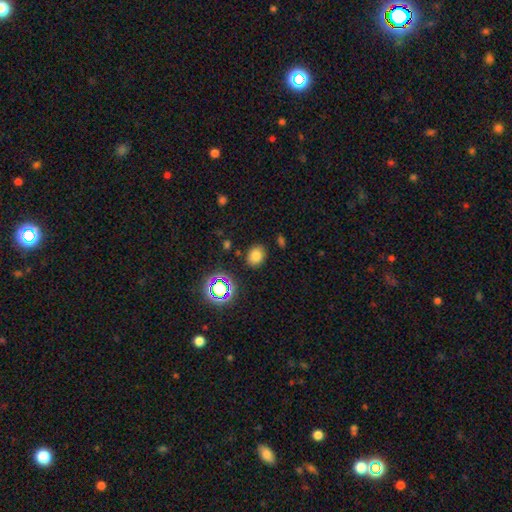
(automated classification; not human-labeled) Smooth or featured? smooth (75%)
How rounded? round (51%)
Merging? none (85%)